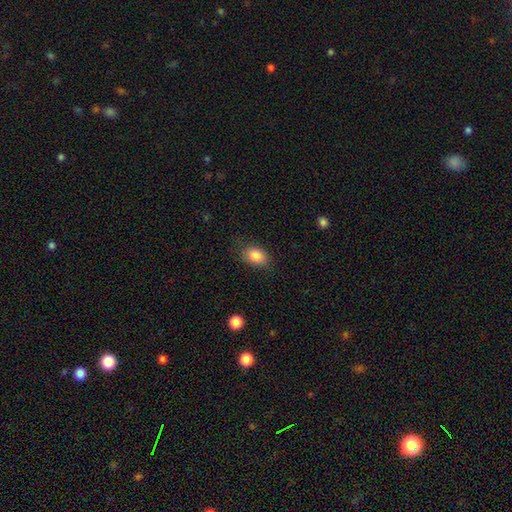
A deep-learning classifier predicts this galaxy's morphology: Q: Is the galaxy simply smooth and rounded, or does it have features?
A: smooth — 86%.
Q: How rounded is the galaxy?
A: in between — 81%.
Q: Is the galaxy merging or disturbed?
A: none — 79%.